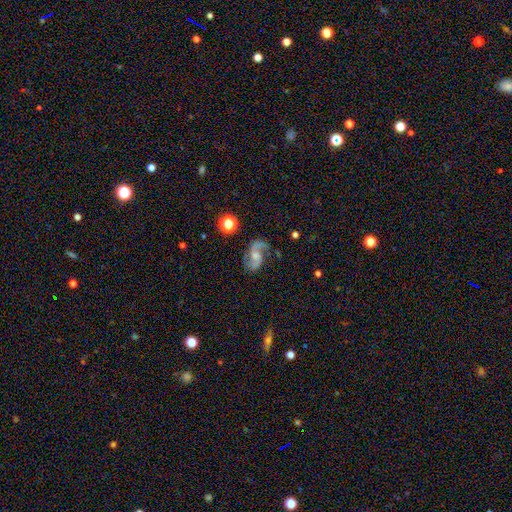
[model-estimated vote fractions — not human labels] Overall: featured or disk (85%). Edge-on disk: no (98%). Bar: no (50%; weak 41%). Spiral arms: yes (96%). Spiral arm count: 2 (91%). Spiral winding: loose (48%; medium 43%). Bulge size: moderate (36%; small 33%). Merging: none (69%).